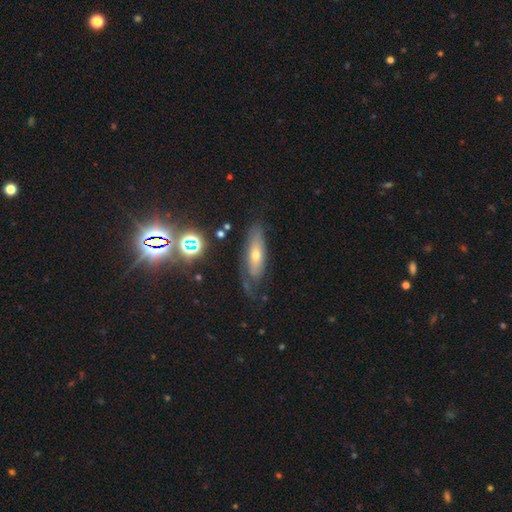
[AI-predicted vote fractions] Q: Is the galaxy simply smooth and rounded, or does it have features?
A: featured or disk — 50%.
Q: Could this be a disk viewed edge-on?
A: no — 63%.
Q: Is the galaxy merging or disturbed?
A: none — 59%.